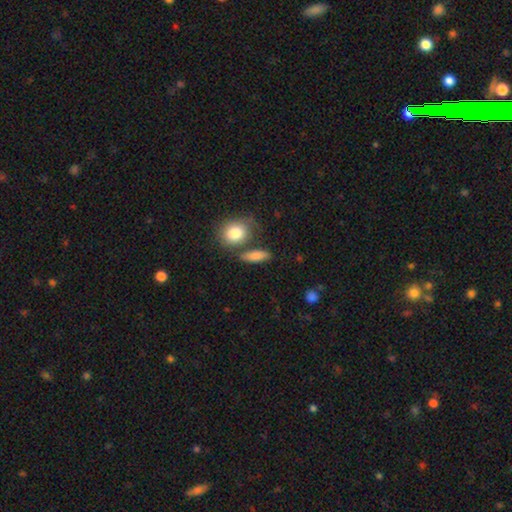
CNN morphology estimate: Smooth or featured? smooth (82%)
How rounded? in between (51%)
Merging? none (68%)